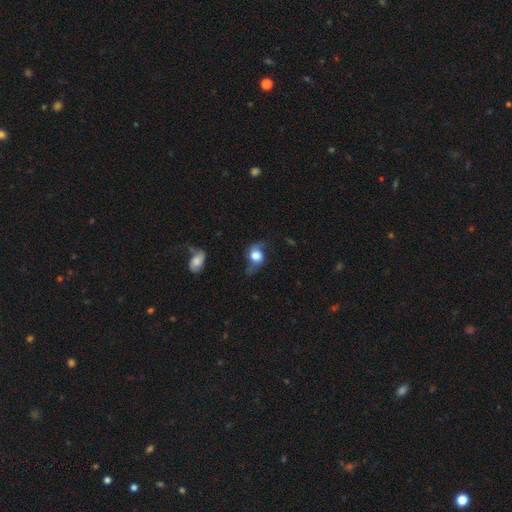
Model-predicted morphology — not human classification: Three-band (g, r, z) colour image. It shows a smooth galaxy with no disk features (49%). Merging: none (51%).